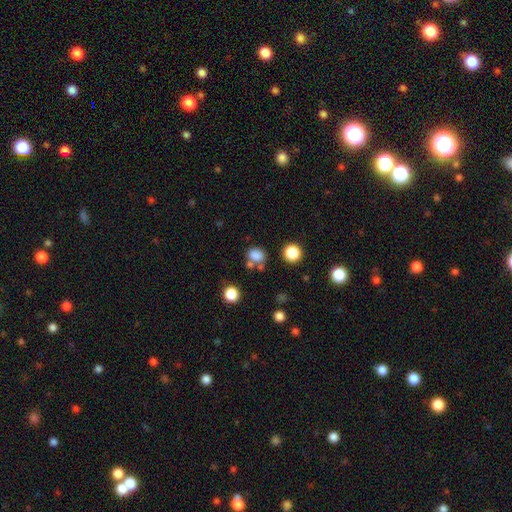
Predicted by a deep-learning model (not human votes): A smooth galaxy with no disk features (80%) that is round (55%). Merging: none (60%).